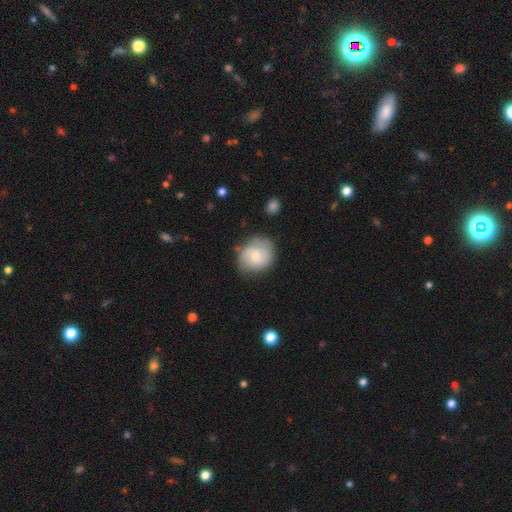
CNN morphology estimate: type=featured or disk (47%); merging=none (73%).